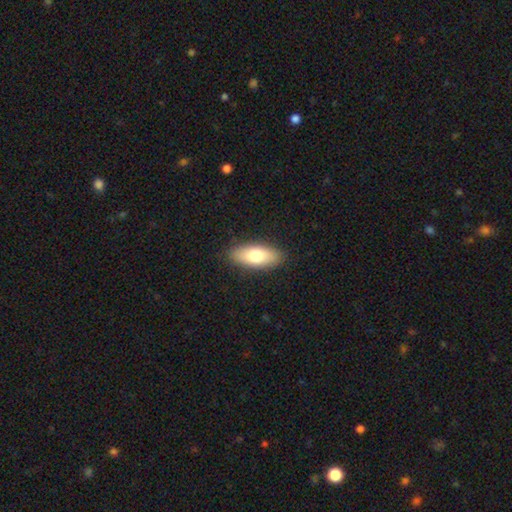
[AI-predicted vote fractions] Q: Smooth or featured?
A: smooth (76%); runner-up: featured or disk (18%)
Q: How rounded?
A: in between (78%); runner-up: cigar-shaped (19%)
Q: Merging?
A: none (88%); runner-up: minor disturbance (9%)